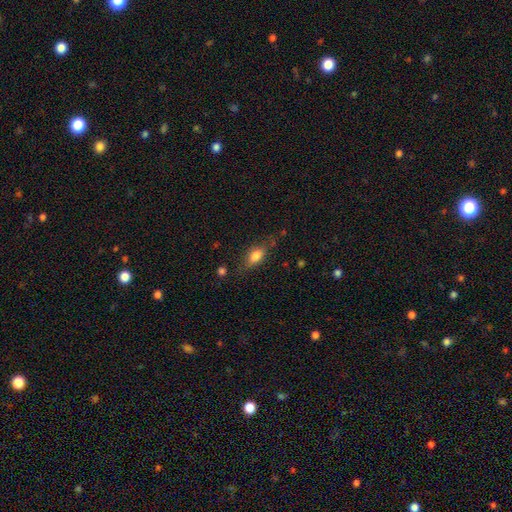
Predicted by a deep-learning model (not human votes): The model was most divided on "merging": none: 68%, minor disturbance: 22%, major disturbance: 8%, merger: 3%. More confident: how rounded — in between (78%); smooth or featured — smooth (73%).